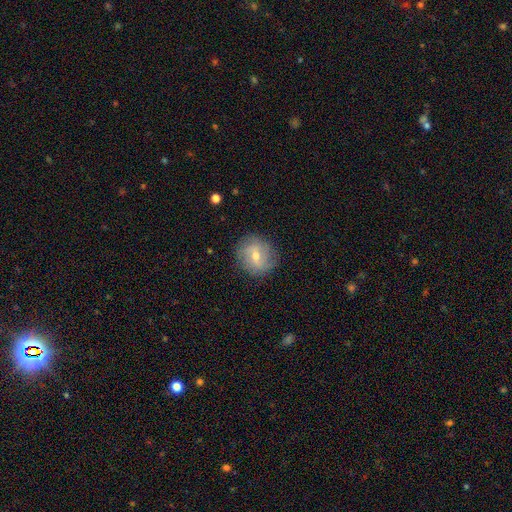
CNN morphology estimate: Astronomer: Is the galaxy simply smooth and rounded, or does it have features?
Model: smooth — 48% (runner-up: featured or disk, 43%).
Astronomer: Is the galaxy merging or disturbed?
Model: none — 82%.